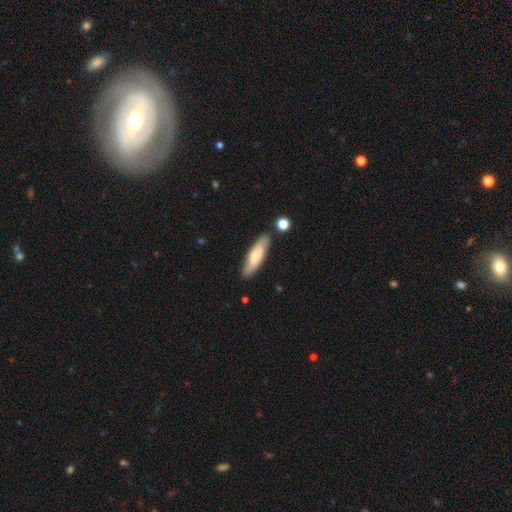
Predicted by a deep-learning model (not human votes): Smooth or featured: smooth — 67% (featured or disk — 27%)
How rounded: cigar-shaped — 61% (in between — 37%)
Merging: none — 81% (minor disturbance — 12%)